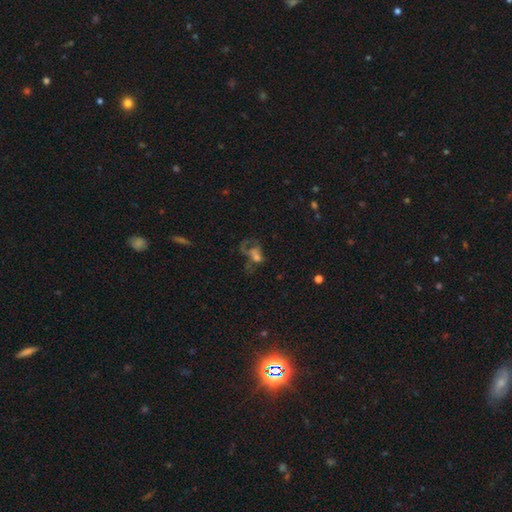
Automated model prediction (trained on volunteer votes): Smooth or featured? featured or disk (44%)
Merging? major disturbance (46%)